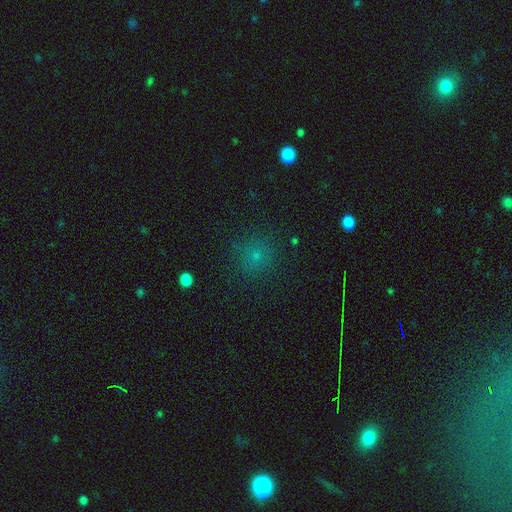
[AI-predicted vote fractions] Smooth or featured? Predicted: smooth (p=0.65). How rounded? Predicted: round (p=0.91). Merging? Predicted: none (p=0.85).